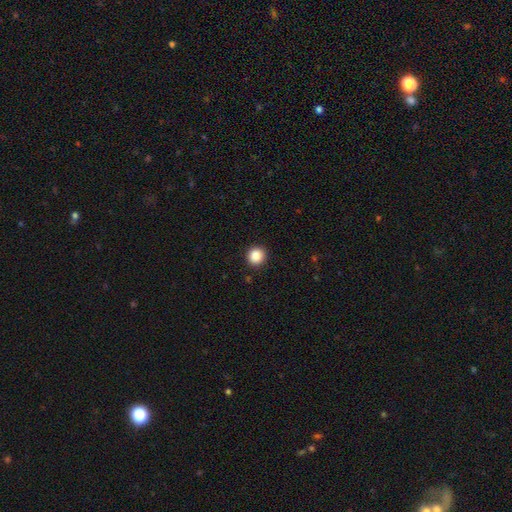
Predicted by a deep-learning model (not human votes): Q: Smooth or featured?
A: smooth (88%); runner-up: star or artifact (9%)
Q: How rounded?
A: round (91%); runner-up: in between (8%)
Q: Merging?
A: none (91%); runner-up: minor disturbance (6%)